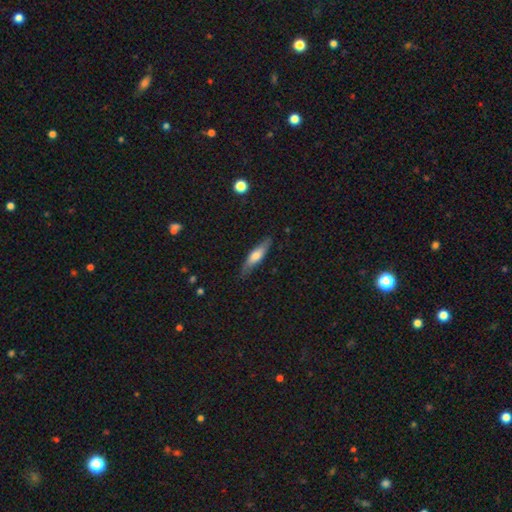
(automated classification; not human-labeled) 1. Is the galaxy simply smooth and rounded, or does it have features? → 58% smooth, 36% featured or disk, 6% star or artifact.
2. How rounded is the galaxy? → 72% cigar-shaped, 26% in between, 2% round.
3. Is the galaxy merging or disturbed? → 83% none, 13% minor disturbance, 2% major disturbance, 1% merger.